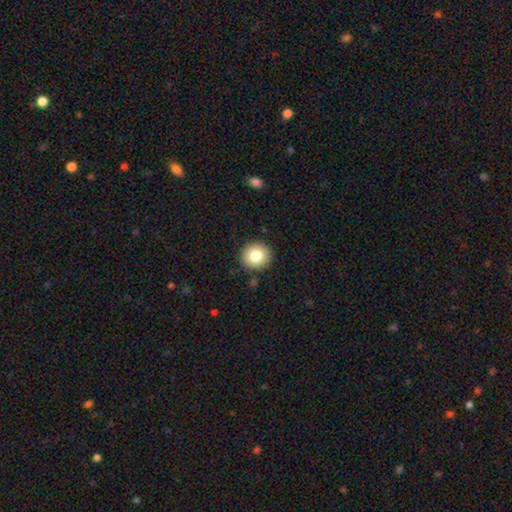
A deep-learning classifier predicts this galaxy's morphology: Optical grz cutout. It shows a smooth galaxy with no disk features (80%) that is round (85%). Merging: none (89%).